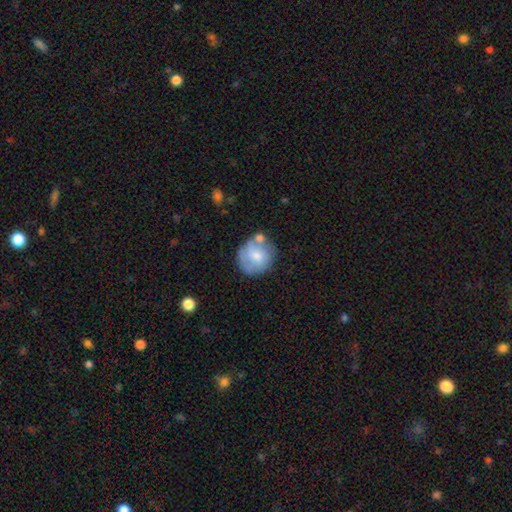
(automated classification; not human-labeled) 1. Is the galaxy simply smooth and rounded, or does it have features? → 65% smooth, 29% featured or disk, 7% star or artifact.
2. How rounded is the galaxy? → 84% round, 15% in between, 1% cigar-shaped.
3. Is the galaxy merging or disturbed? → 53% none, 21% minor disturbance, 17% merger, 8% major disturbance.